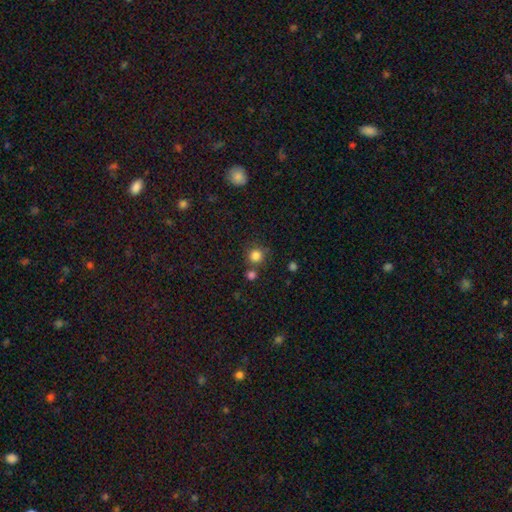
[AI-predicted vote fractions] Overall: smooth (83%). How rounded: round (92%). Merging: none (72%).